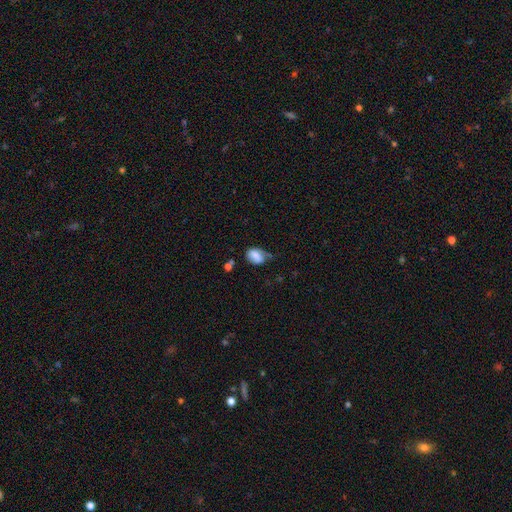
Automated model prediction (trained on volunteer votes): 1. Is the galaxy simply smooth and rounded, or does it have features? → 72% smooth, 19% featured or disk, 9% star or artifact.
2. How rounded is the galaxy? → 78% in between, 21% round, 2% cigar-shaped.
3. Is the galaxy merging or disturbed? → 38% none, 36% minor disturbance, 19% major disturbance, 7% merger.